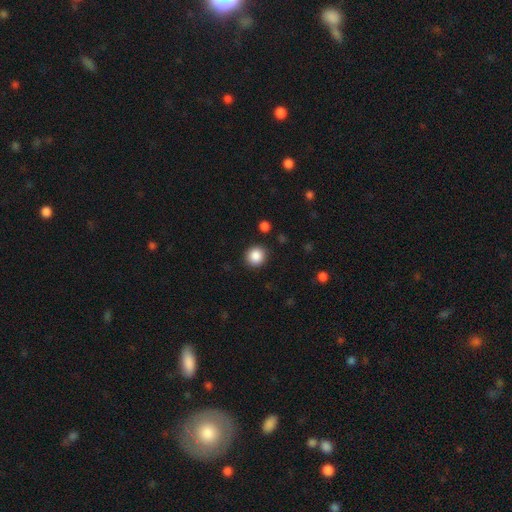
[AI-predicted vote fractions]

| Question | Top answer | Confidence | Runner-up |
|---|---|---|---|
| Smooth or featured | smooth | 87% | star or artifact (9%) |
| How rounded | round | 90% | in between (9%) |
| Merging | none | 90% | minor disturbance (6%) |